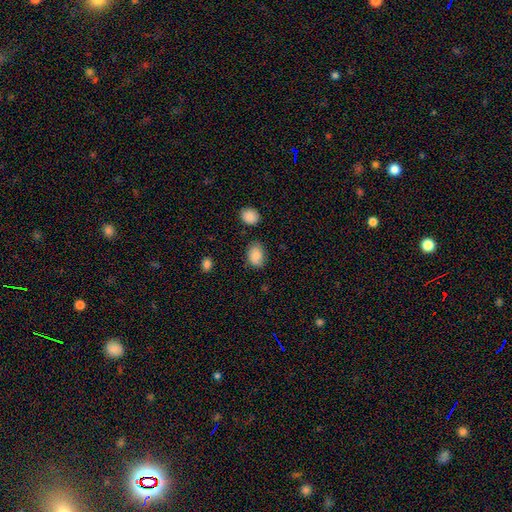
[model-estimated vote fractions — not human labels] Morphology: type=smooth (84%); roundness=in between (77%); merging=none (75%).